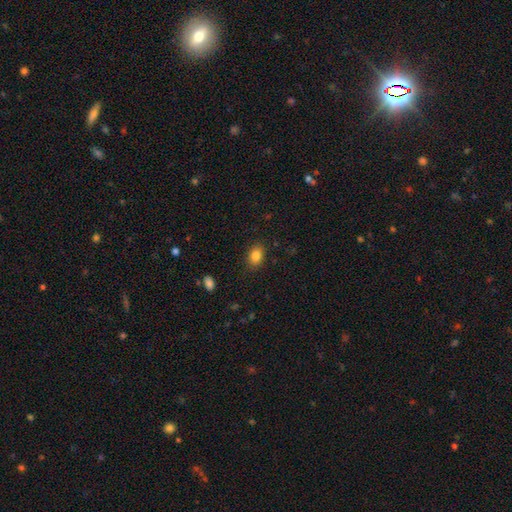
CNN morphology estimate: A smooth galaxy with no disk features (85%) that is in between round and cigar-shaped (69%). Merging: none (86%).